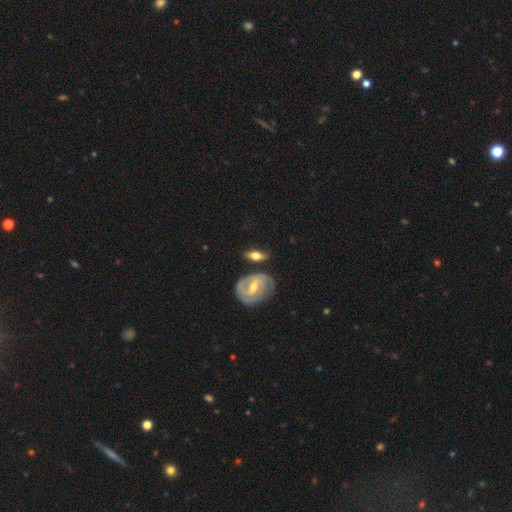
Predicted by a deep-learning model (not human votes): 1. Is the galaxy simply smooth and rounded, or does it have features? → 53% smooth, 40% featured or disk, 7% star or artifact.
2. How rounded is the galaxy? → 73% in between, 16% cigar-shaped, 11% round.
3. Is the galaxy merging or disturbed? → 67% none, 18% minor disturbance, 10% merger, 6% major disturbance.